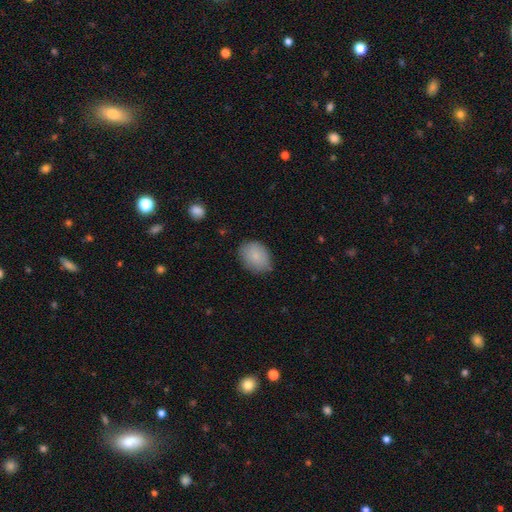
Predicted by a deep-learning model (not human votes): Morphology: type=smooth (85%); roundness=in between (65%); merging=none (77%).